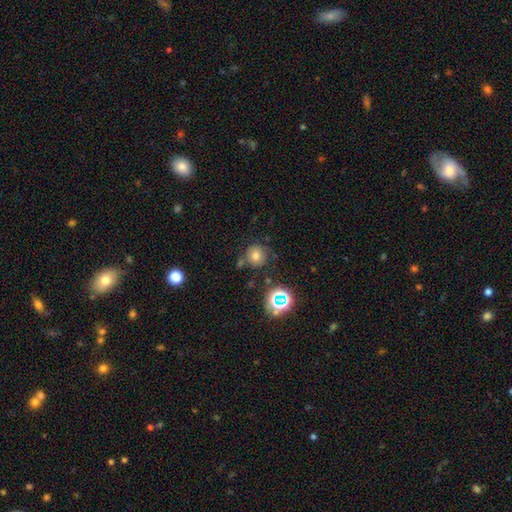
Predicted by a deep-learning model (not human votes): smooth-or-featured: smooth: 69% | star or artifact: 20% | featured or disk: 11%
  how-rounded: round: 90% | in between: 9% | cigar-shaped: 1%
  merging: none: 72% | minor disturbance: 13% | merger: 11% | major disturbance: 4%